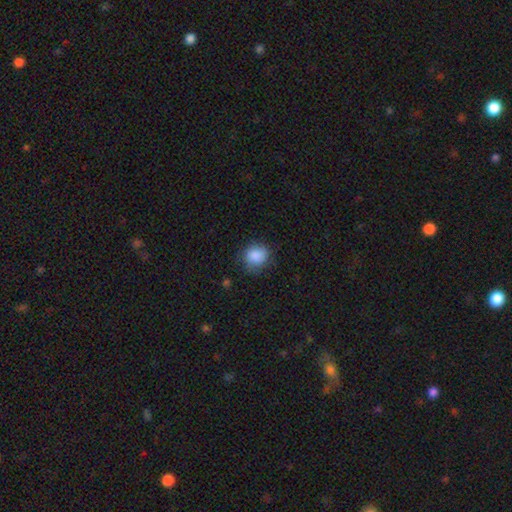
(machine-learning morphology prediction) The model was most divided on "merging": none: 72%, minor disturbance: 21%, major disturbance: 6%, merger: 1%. More confident: smooth or featured — smooth (86%); how rounded — round (77%).